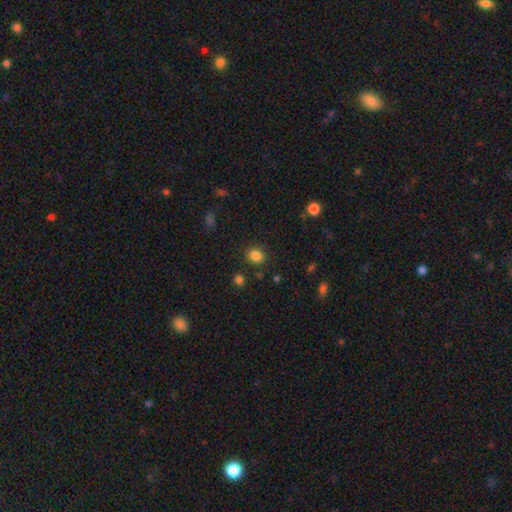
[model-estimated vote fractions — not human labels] Smooth or featured? Predicted: smooth (p=0.84). How rounded? Predicted: round (p=0.66). Merging? Predicted: none (p=0.85).